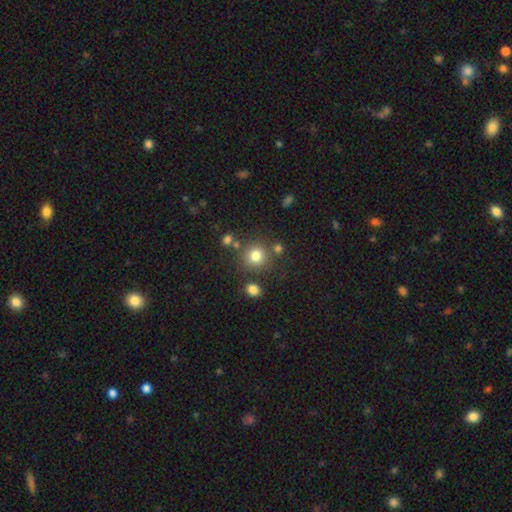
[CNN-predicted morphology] This is likely a smooth galaxy (79%). How rounded: clearly round (89%). Merging: likely none (78%).